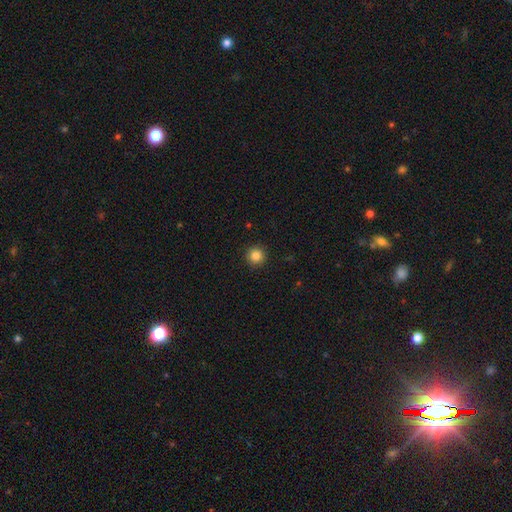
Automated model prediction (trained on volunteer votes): This is clearly a smooth galaxy (84%). How rounded: clearly round (96%). Merging: clearly none (93%).